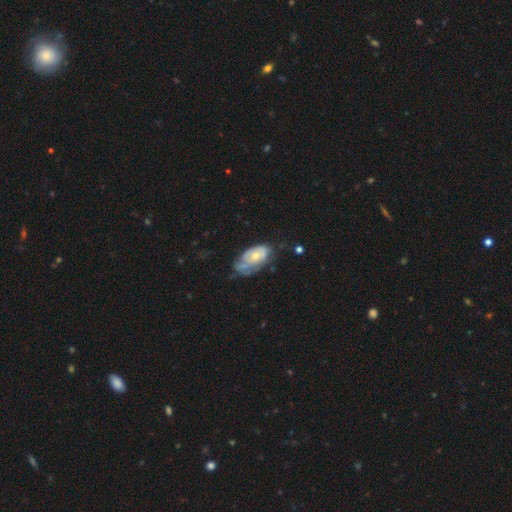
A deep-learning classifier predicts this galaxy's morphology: smooth-or-featured: featured or disk: 59% | smooth: 35% | star or artifact: 6%
  disk-edge-on: no: 94% | yes: 6%
    bar: no: 81% | weak: 16% | strong: 3%
    has-spiral-arms: yes: 59% | no: 41%
    bulge-size: moderate: 56% | small: 38% | large: 4% | none: 2% | dominant: 1%
  merging: minor disturbance: 35% | none: 34% | major disturbance: 26% | merger: 5%